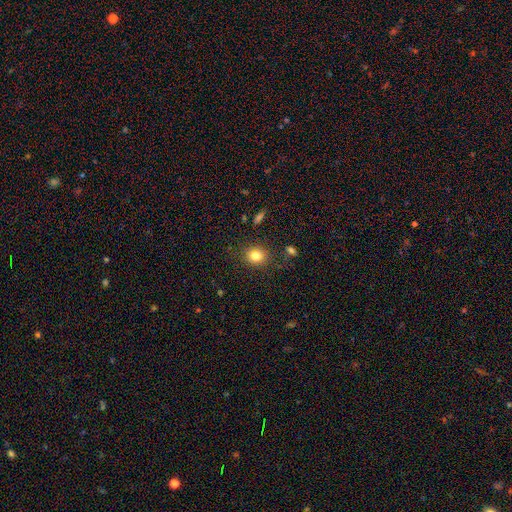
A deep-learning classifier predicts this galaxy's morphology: Smooth or featured? smooth (81%)
How rounded? round (72%)
Merging? none (85%)